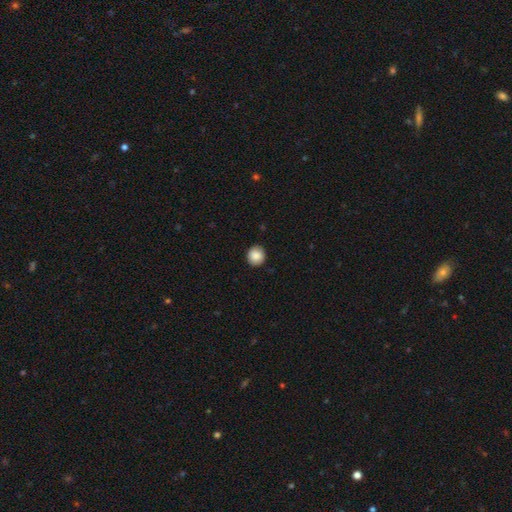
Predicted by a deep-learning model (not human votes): smooth_or_featured: smooth (p=0.88) [alt: star or artifact p=0.08]
how_rounded: round (p=0.91) [alt: in between p=0.08]
merging: none (p=0.91) [alt: minor disturbance p=0.06]